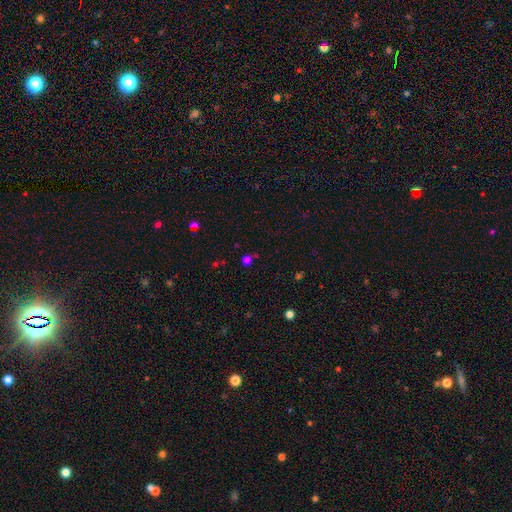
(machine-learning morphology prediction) This is likely a smooth galaxy (62%). How rounded: clearly round (86%). Merging: likely none (78%).